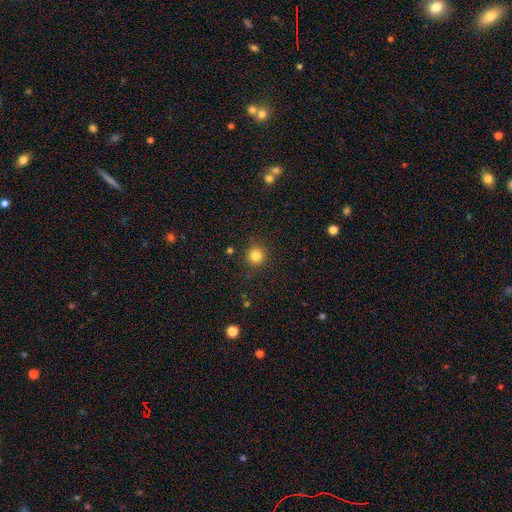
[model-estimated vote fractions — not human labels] This is clearly a smooth galaxy (83%). How rounded: clearly round (95%). Merging: clearly none (90%).